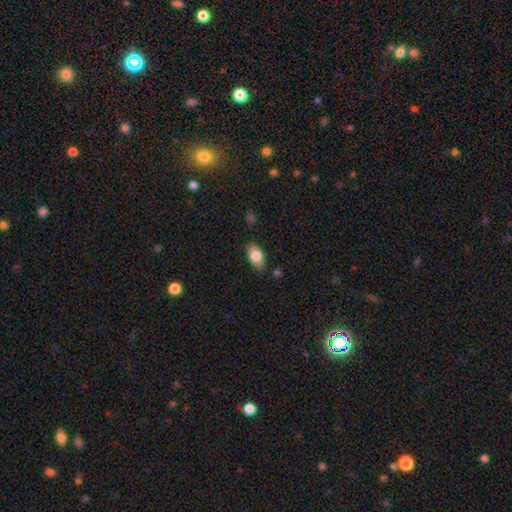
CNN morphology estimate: smooth-or-featured: smooth: 80% | featured or disk: 13% | star or artifact: 7%
  how-rounded: in between: 90% | cigar-shaped: 6% | round: 4%
  merging: none: 82% | minor disturbance: 13% | major disturbance: 3% | merger: 2%